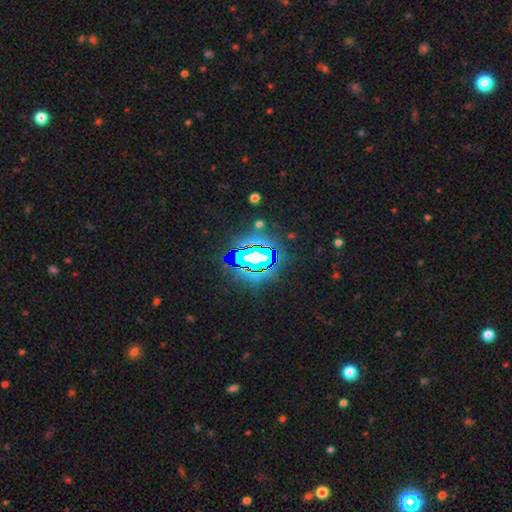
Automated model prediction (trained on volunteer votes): smooth-or-featured: star or artifact: 70% | smooth: 16% | featured or disk: 14%